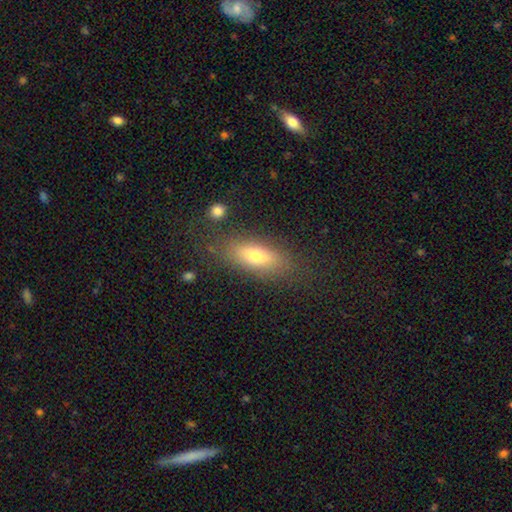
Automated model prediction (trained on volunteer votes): Smooth or featured? Predicted: smooth (p=0.70). How rounded? Predicted: in between (p=0.72). Merging? Predicted: none (p=0.78).